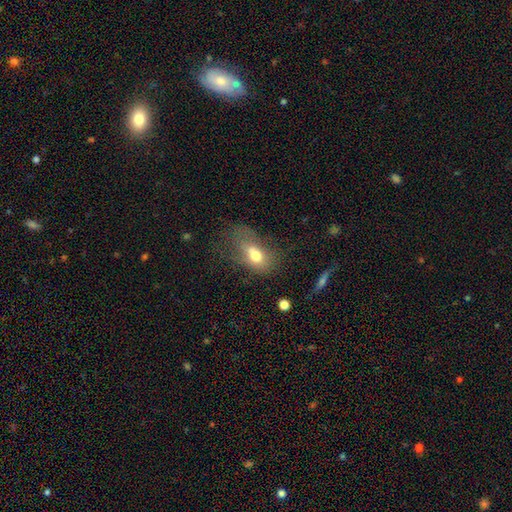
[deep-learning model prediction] The model was most divided on "merging": major disturbance: 38%, none: 25%, minor disturbance: 24%, merger: 13%. More confident: how rounded — in between (81%); smooth or featured — smooth (65%).